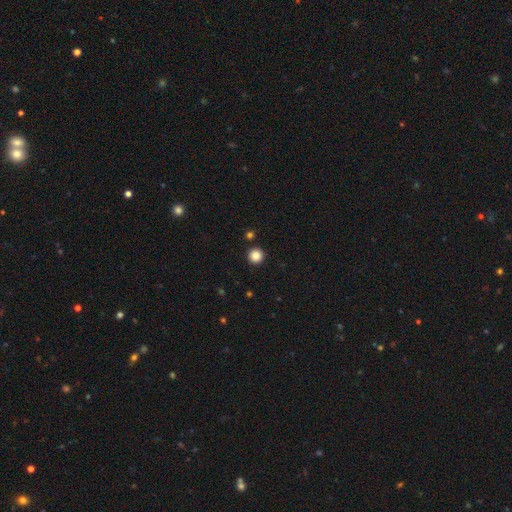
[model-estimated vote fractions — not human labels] Overall: smooth (86%). How rounded: round (96%). Merging: none (93%).